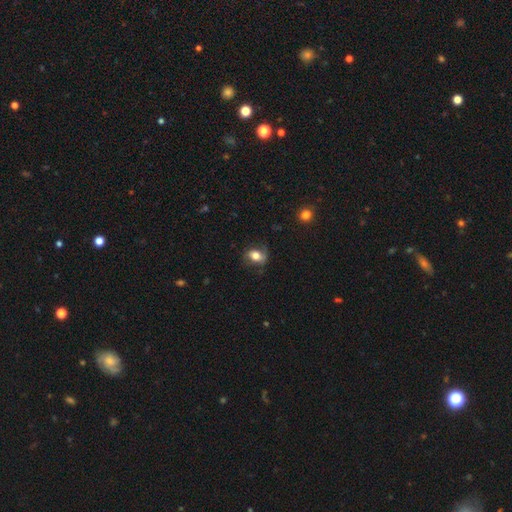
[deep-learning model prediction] Smooth or featured?
  - smooth: 65% *
  - featured or disk: 26%
  - star or artifact: 9%
How rounded?
  - in between: 68% *
  - round: 31%
  - cigar-shaped: 2%
Merging?
  - none: 62% *
  - minor disturbance: 24%
  - major disturbance: 12%
  - merger: 2%